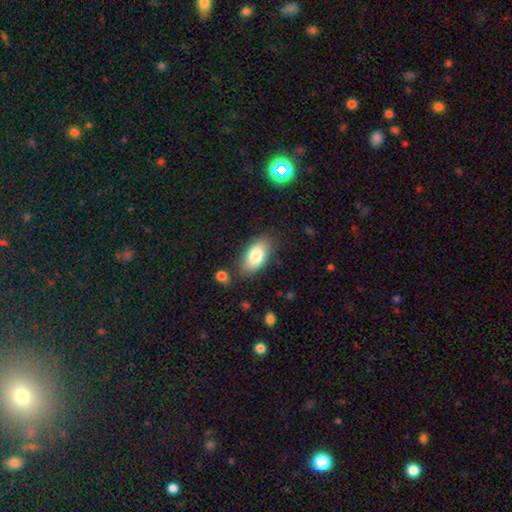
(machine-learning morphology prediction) A smooth galaxy with no disk features (81%) that is in between round and cigar-shaped (93%). Merging: none (79%).